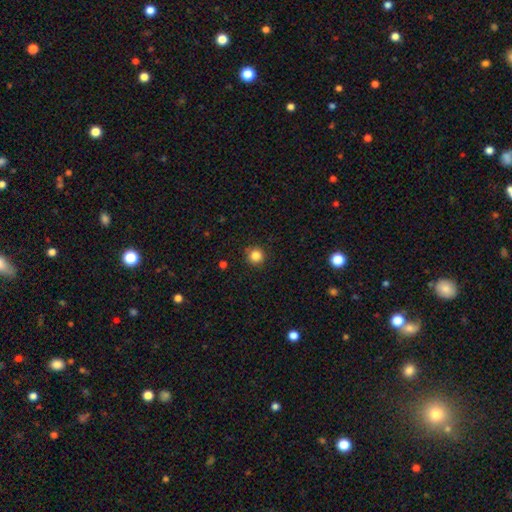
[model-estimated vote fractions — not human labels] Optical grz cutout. It shows a smooth galaxy with no disk features (84%) that is round (95%). Merging: none (89%).